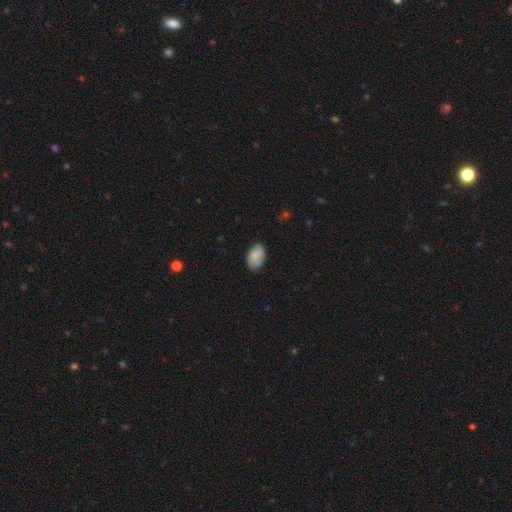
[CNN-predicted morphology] Smooth or featured? Predicted: smooth (p=0.81). How rounded? Predicted: in between (p=0.91). Merging? Predicted: none (p=0.77).